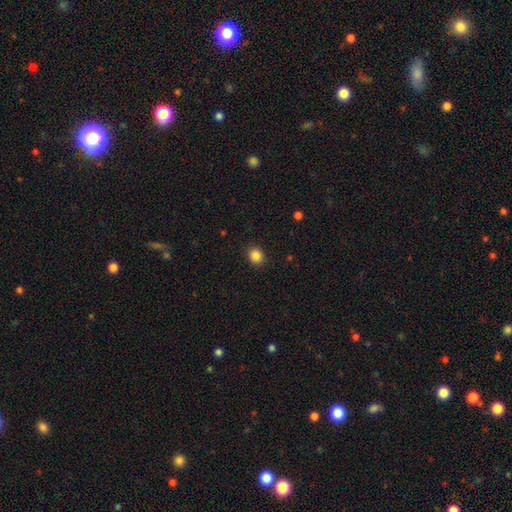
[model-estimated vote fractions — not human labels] Smooth or featured?
  - smooth: 86% *
  - star or artifact: 10%
  - featured or disk: 4%
How rounded?
  - round: 70% *
  - in between: 29%
  - cigar-shaped: 1%
Merging?
  - none: 90% *
  - minor disturbance: 7%
  - major disturbance: 2%
  - merger: 1%